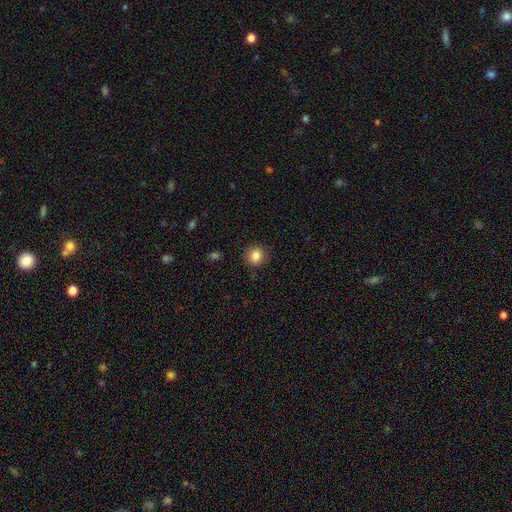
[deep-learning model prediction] A smooth galaxy with no disk features (85%) that is round (87%).

Vote fractions:
- Smooth or featured? smooth: 85% / star or artifact: 10% / featured or disk: 5%
- How rounded? round: 87% / in between: 13% / cigar-shaped: 1%
- Merging? none: 88% / minor disturbance: 9% / major disturbance: 3% / merger: 1%